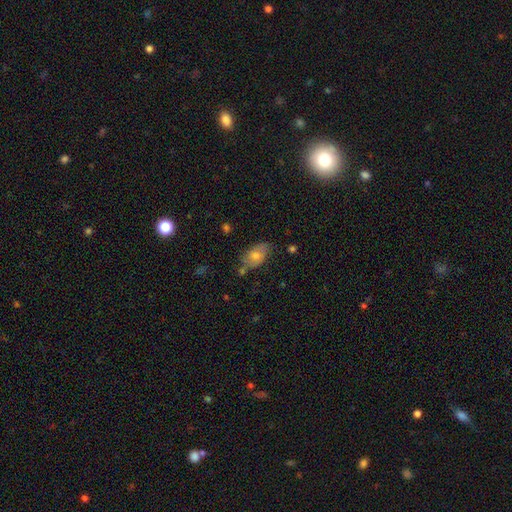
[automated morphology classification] Smooth or featured? smooth (57%)
How rounded? in between (87%)
Merging? none (64%)